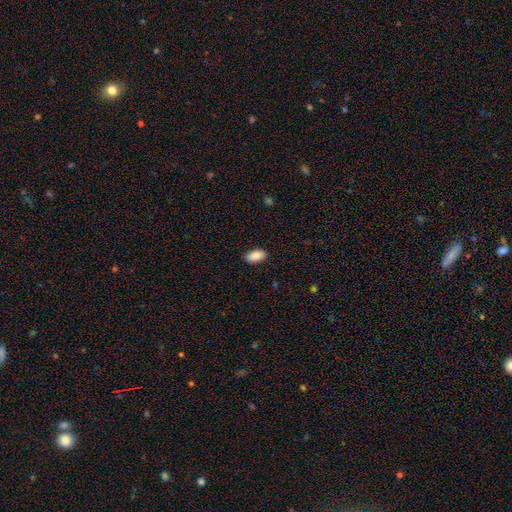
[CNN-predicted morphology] Smooth or featured: smooth — 86% (featured or disk — 7%)
How rounded: in between — 93% (round — 4%)
Merging: none — 89% (minor disturbance — 9%)